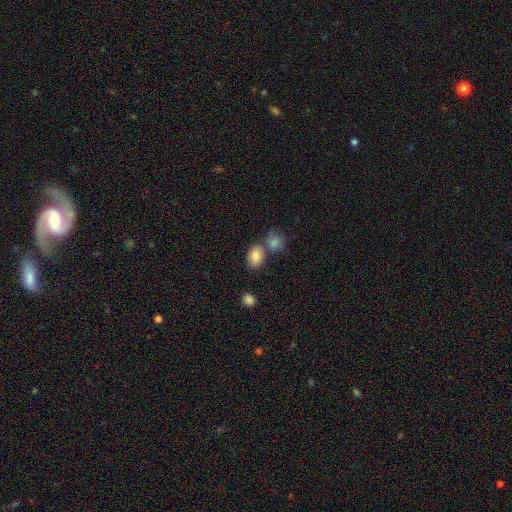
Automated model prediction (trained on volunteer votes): smooth-or-featured: smooth: 83% | star or artifact: 9% | featured or disk: 8%
  how-rounded: in between: 71% | round: 28% | cigar-shaped: 1%
  merging: none: 53% | merger: 30% | minor disturbance: 12% | major disturbance: 4%